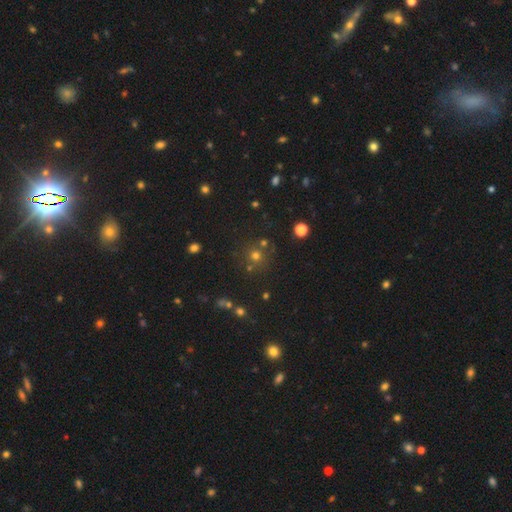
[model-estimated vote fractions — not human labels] smooth 65%, star or artifact 26%, featured or disk 9%. Down the decision tree: how rounded — round (92%); merging — none (76%).